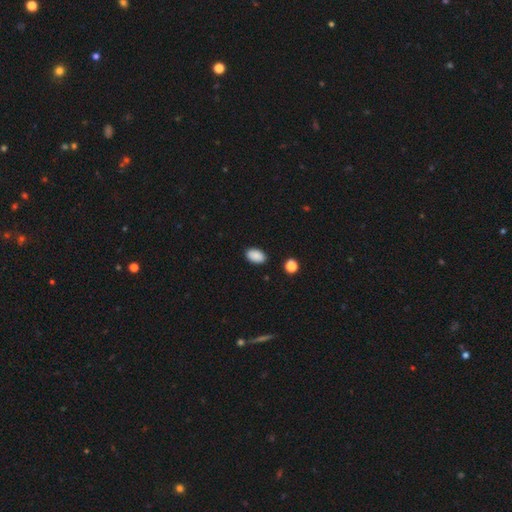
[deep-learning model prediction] Smooth or featured? smooth (89%)
How rounded? in between (91%)
Merging? none (88%)